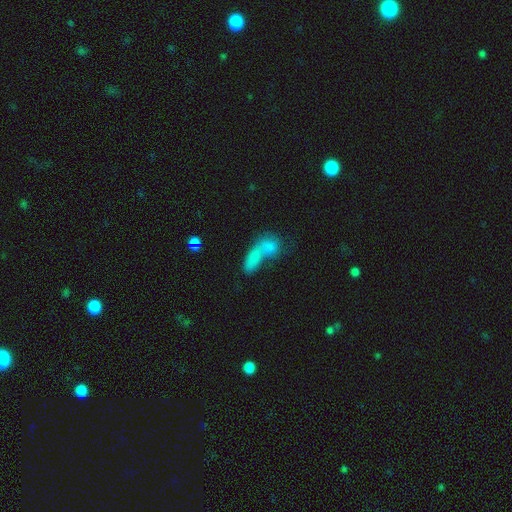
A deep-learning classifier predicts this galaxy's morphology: A smooth galaxy with no disk features (72%) that is in between round and cigar-shaped (68%).

Vote fractions:
- Smooth or featured? smooth: 72% / featured or disk: 16% / star or artifact: 12%
- How rounded? in between: 68% / cigar-shaped: 17% / round: 15%
- Merging? merger: 66% / none: 20% / major disturbance: 7% / minor disturbance: 7%